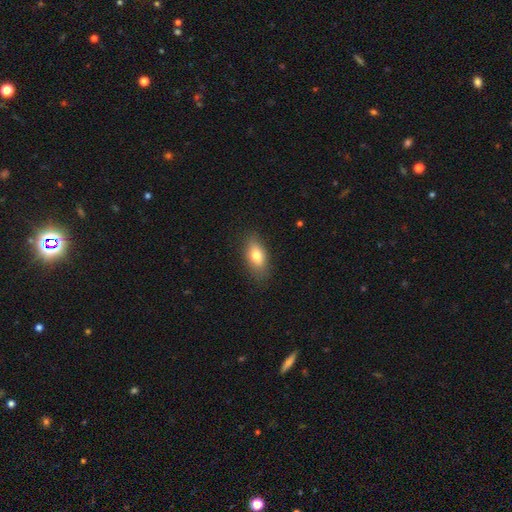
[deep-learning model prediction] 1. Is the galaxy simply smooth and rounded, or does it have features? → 76% smooth, 16% featured or disk, 8% star or artifact.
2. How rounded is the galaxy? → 84% in between, 9% cigar-shaped, 7% round.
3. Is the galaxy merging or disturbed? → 83% none, 13% minor disturbance, 3% major disturbance, 1% merger.